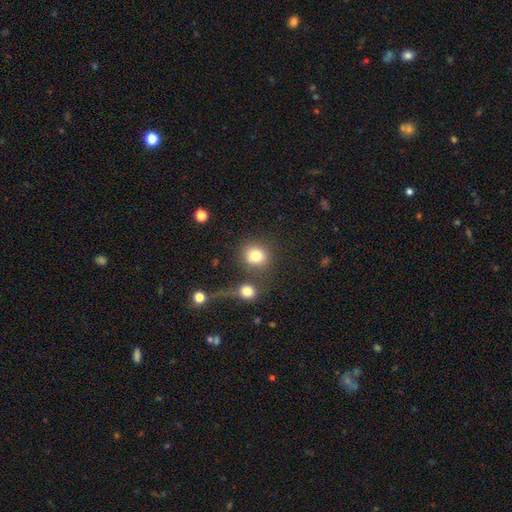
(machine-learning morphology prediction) Smooth or featured? Predicted: smooth (p=0.80). How rounded? Predicted: round (p=0.83). Merging? Predicted: none (p=0.66).